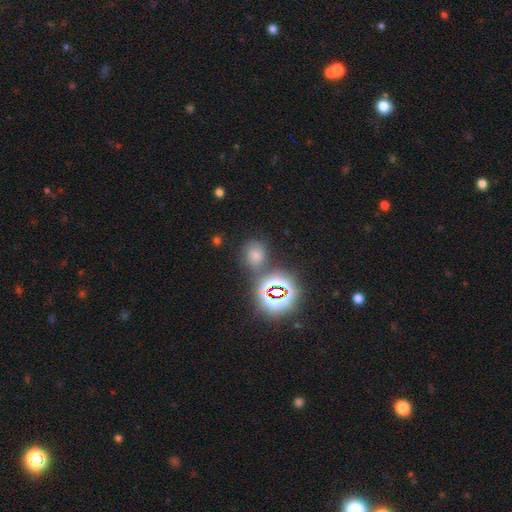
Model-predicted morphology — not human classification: Q: Smooth or featured?
A: smooth (46%); runner-up: star or artifact (44%)
Q: Merging?
A: none (73%); runner-up: minor disturbance (13%)